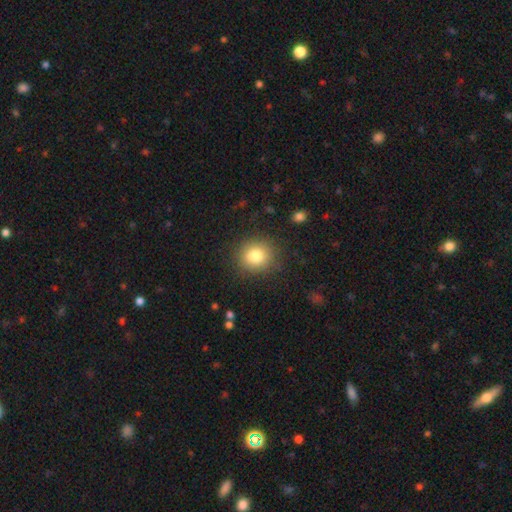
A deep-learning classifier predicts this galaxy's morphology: The model was most divided on "how rounded": round: 81%, in between: 18%, cigar-shaped: 1%. More confident: merging — none (86%); smooth or featured — smooth (81%).